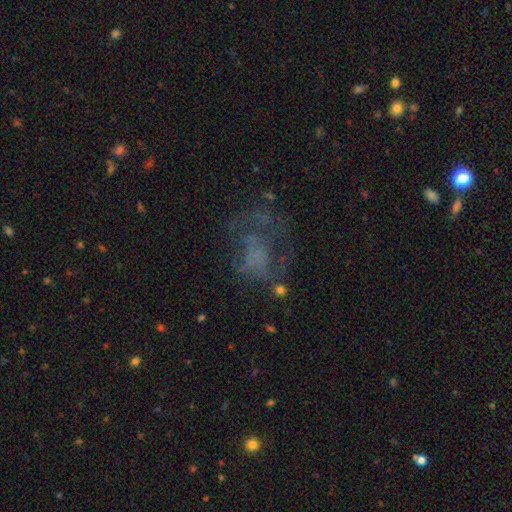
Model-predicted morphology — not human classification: This is possibly a featured or disk galaxy (49%). Merging: marginally none (42%).